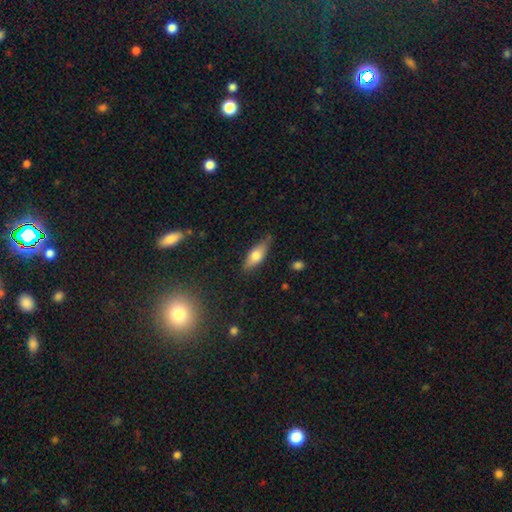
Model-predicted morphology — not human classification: Smooth or featured: smooth — 66% (featured or disk — 27%)
How rounded: in between — 65% (cigar-shaped — 32%)
Merging: none — 72% (minor disturbance — 22%)